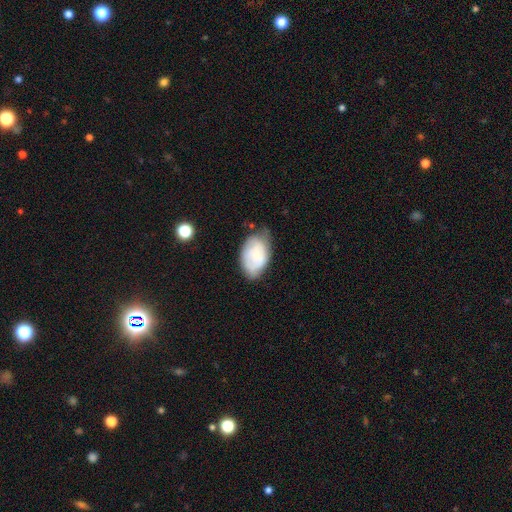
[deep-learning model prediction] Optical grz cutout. It shows a smooth galaxy with no disk features (53%) that is in between round and cigar-shaped (89%). Merging: none (53%).